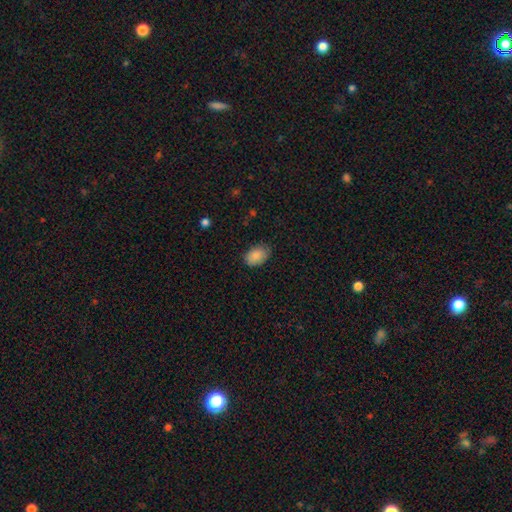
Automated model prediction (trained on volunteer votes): Smooth or featured: smooth — 88% (star or artifact — 7%)
How rounded: in between — 85% (round — 13%)
Merging: none — 79% (minor disturbance — 17%)